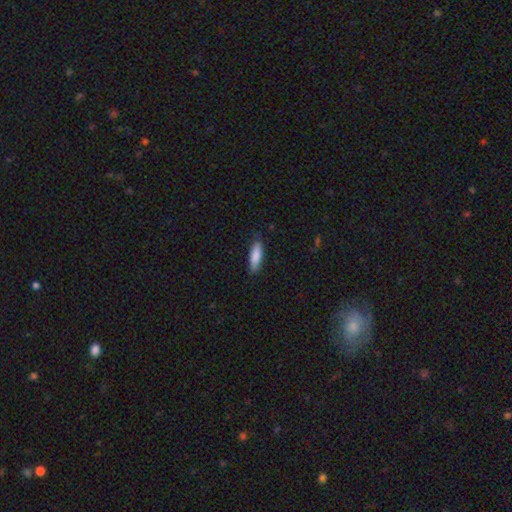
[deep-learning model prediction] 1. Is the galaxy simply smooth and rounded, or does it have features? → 84% smooth, 10% featured or disk, 6% star or artifact.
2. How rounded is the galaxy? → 51% cigar-shaped, 47% in between, 1% round.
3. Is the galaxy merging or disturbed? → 81% none, 15% minor disturbance, 3% major disturbance, 1% merger.